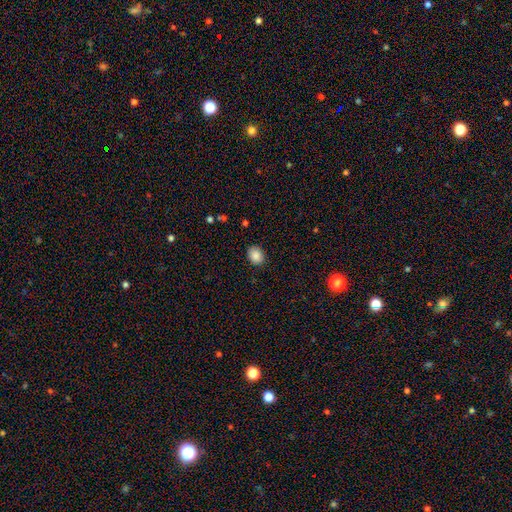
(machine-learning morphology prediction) Overall: smooth (87%). How rounded: round (51%; in between 48%). Merging: none (88%).